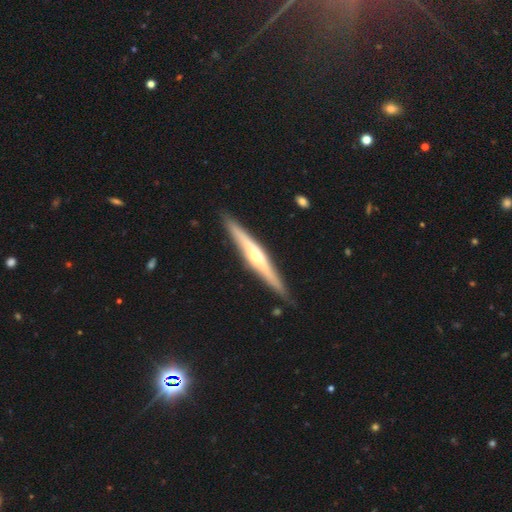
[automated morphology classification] type=featured or disk (71%); edge-on=yes (96%); edge-on bulge=rounded (87%); merging=none (89%).